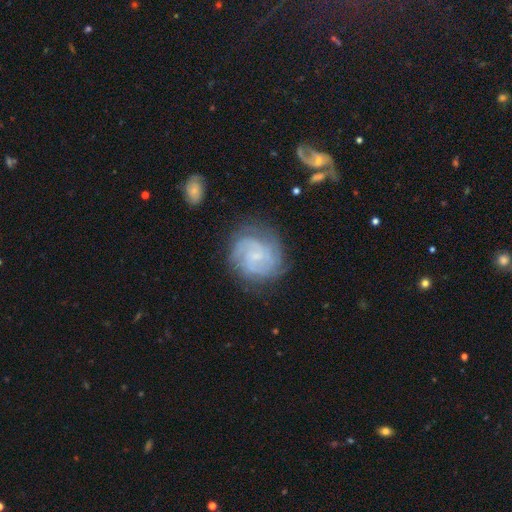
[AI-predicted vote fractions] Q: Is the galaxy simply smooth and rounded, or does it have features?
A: featured or disk — 79%.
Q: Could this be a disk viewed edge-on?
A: no — 98%.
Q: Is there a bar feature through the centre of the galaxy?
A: no — 50%.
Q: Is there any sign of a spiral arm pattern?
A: yes — 95%.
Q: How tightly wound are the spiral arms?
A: tight — 60%.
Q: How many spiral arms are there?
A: can't tell — 30%.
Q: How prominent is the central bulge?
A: small — 68%.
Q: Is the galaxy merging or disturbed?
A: none — 74%.